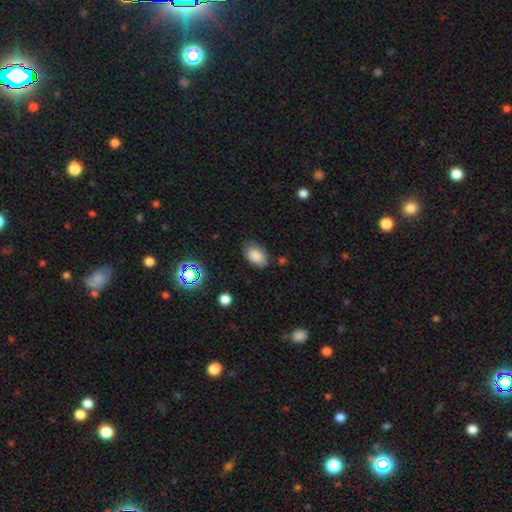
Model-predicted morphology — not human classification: This is clearly a smooth galaxy (84%). How rounded: clearly in between (91%). Merging: likely none (76%).